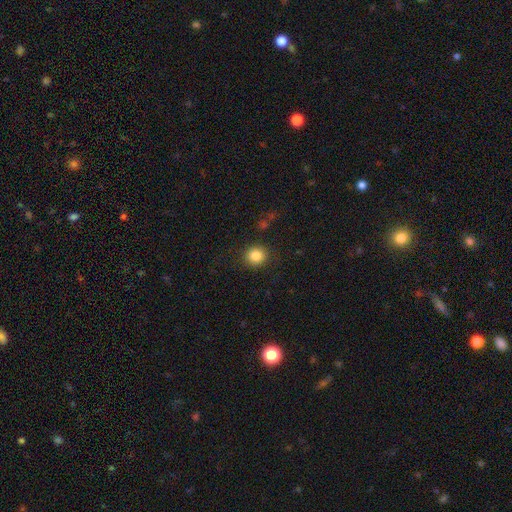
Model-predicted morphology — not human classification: The model was most divided on "how rounded": round: 84%, in between: 15%, cigar-shaped: 1%. More confident: merging — none (88%); smooth or featured — smooth (85%).